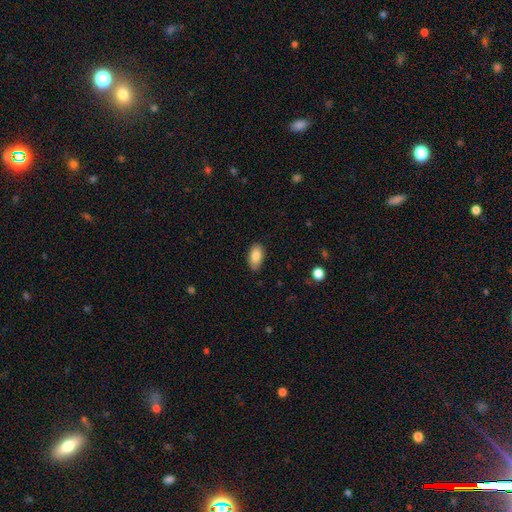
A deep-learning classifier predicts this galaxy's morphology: A smooth galaxy with no disk features (85%) that is in between round and cigar-shaped (93%).

Vote fractions:
- Smooth or featured? smooth: 85% / featured or disk: 8% / star or artifact: 7%
- How rounded? in between: 93% / round: 4% / cigar-shaped: 3%
- Merging? none: 82% / minor disturbance: 14% / major disturbance: 2% / merger: 1%